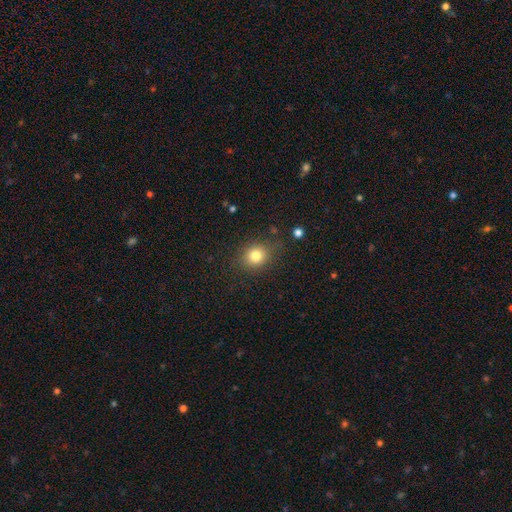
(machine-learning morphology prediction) Overall: smooth (80%). How rounded: round (71%). Merging: none (82%).